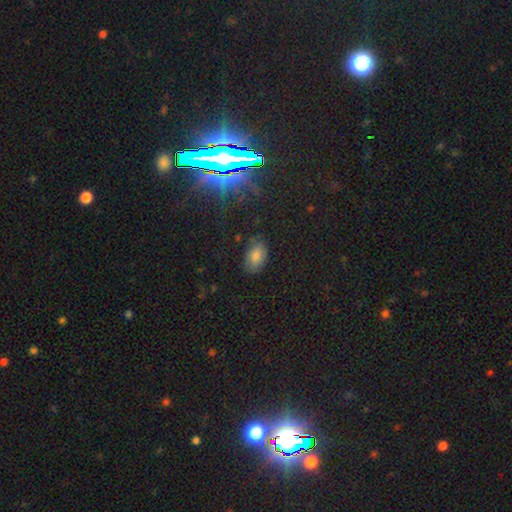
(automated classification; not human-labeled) The model was most divided on "smooth or featured": smooth: 70%, star or artifact: 21%, featured or disk: 10%. More confident: how rounded — in between (89%); merging — none (80%).